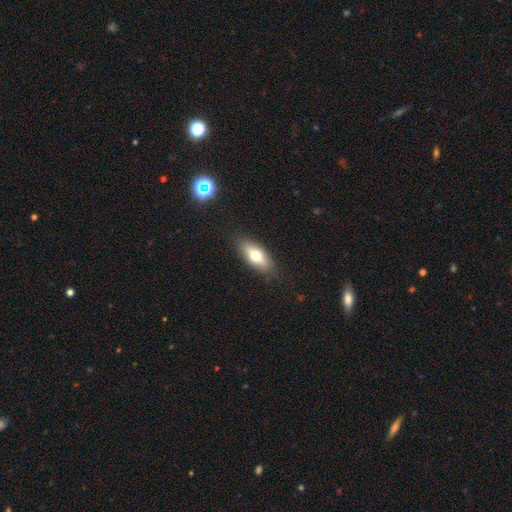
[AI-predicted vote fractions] This appears to be a smooth galaxy with no disk features (69%) that is in between round and cigar-shaped (78%). Merging: none (84%).